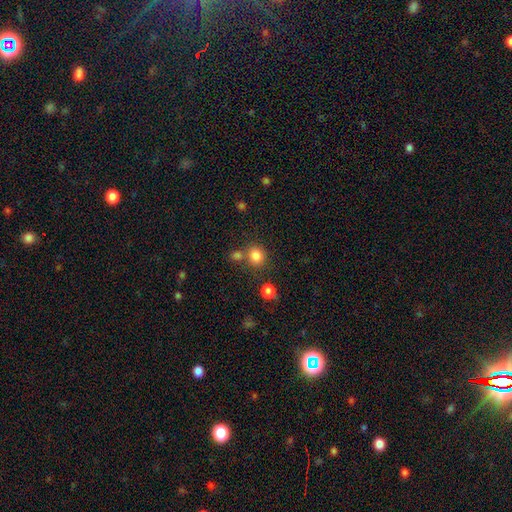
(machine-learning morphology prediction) smooth_or_featured: smooth (p=0.82) [alt: star or artifact p=0.13]
how_rounded: round (p=0.84) [alt: in between p=0.15]
merging: none (p=0.70) [alt: merger p=0.17]